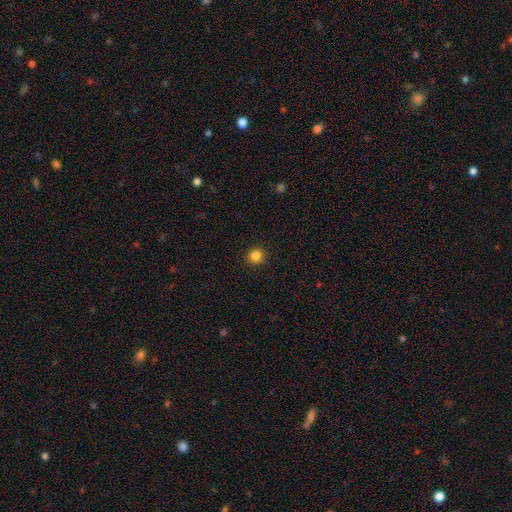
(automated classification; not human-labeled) Smooth or featured: smooth — 84% (star or artifact — 12%)
How rounded: round — 93% (in between — 6%)
Merging: none — 92% (minor disturbance — 6%)